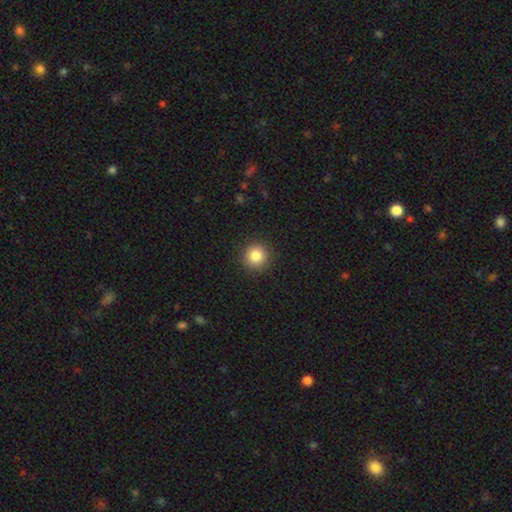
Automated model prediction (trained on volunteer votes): Smooth or featured? smooth (85%)
How rounded? round (94%)
Merging? none (91%)